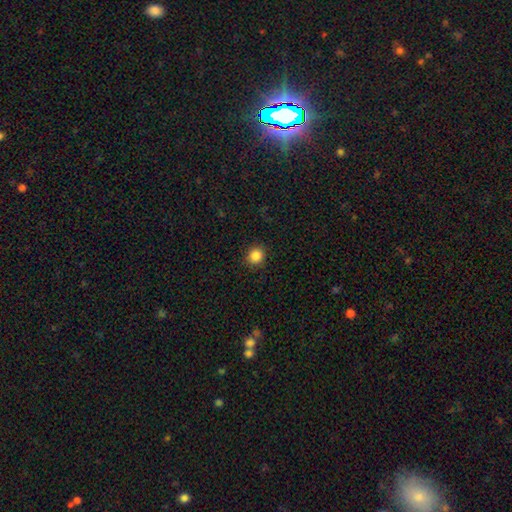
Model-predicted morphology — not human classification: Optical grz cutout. It shows a smooth galaxy with no disk features (86%) that is round (88%). Merging: none (91%).